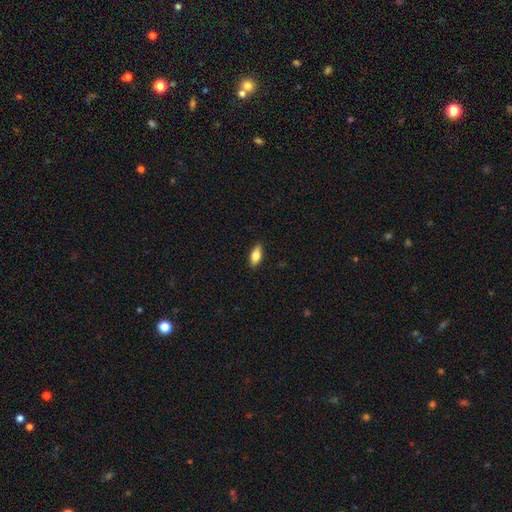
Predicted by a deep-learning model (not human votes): The model was most divided on "smooth or featured": smooth: 70%, featured or disk: 23%, star or artifact: 7%. More confident: merging — none (86%); how rounded — in between (78%).